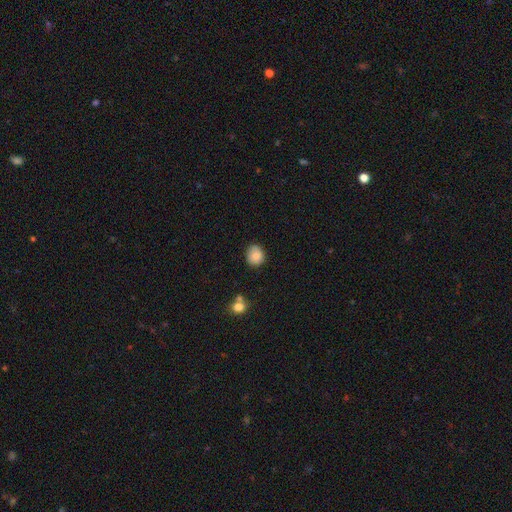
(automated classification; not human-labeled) smooth_or_featured: smooth (p=0.83) [alt: star or artifact p=0.09]
how_rounded: round (p=0.77) [alt: in between p=0.23]
merging: none (p=0.78) [alt: minor disturbance p=0.16]